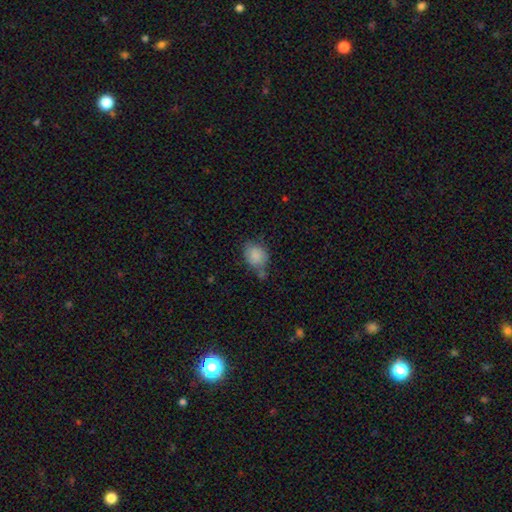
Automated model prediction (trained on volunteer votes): Smooth or featured?
  - smooth: 84% *
  - star or artifact: 8%
  - featured or disk: 8%
How rounded?
  - in between: 54% *
  - round: 45%
  - cigar-shaped: 1%
Merging?
  - none: 48% *
  - minor disturbance: 28%
  - merger: 15%
  - major disturbance: 9%